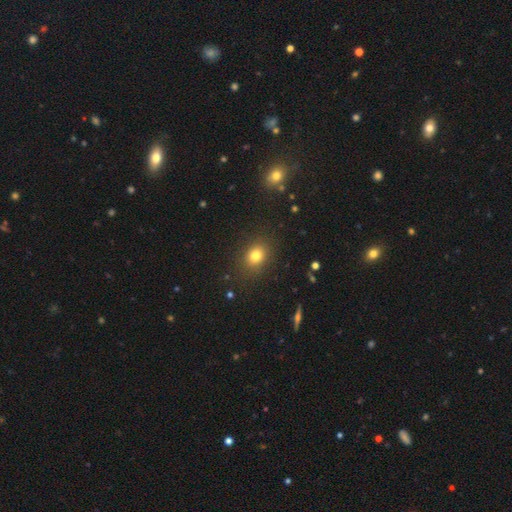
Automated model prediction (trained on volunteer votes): smooth 78%, star or artifact 14%, featured or disk 8%. Down the decision tree: how rounded — round (53%); merging — none (86%).